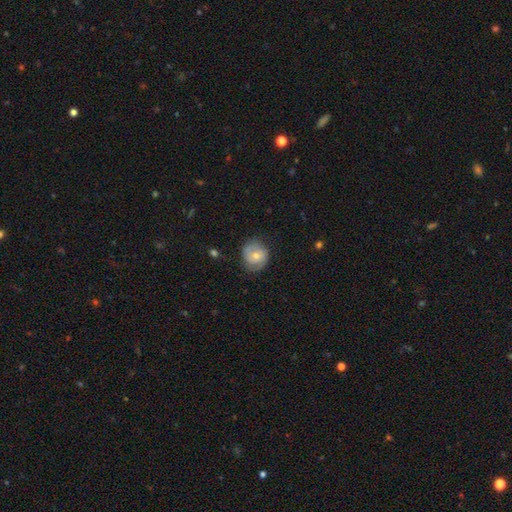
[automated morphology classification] Q: Smooth or featured?
A: smooth (49%); runner-up: featured or disk (44%)
Q: Merging?
A: none (72%); runner-up: minor disturbance (21%)